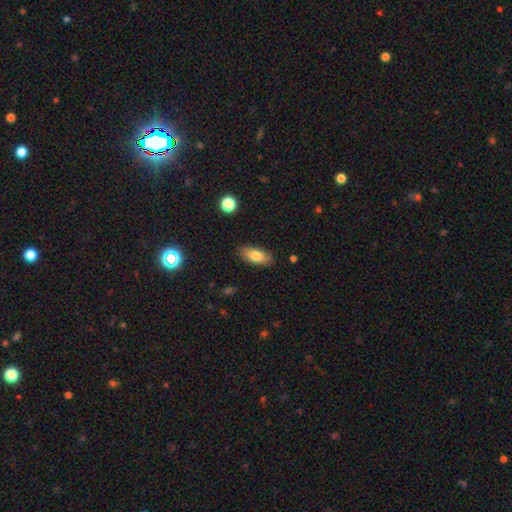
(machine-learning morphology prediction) The model was most divided on "smooth or featured": smooth: 78%, featured or disk: 15%, star or artifact: 7%. More confident: how rounded — in between (87%); merging — none (86%).